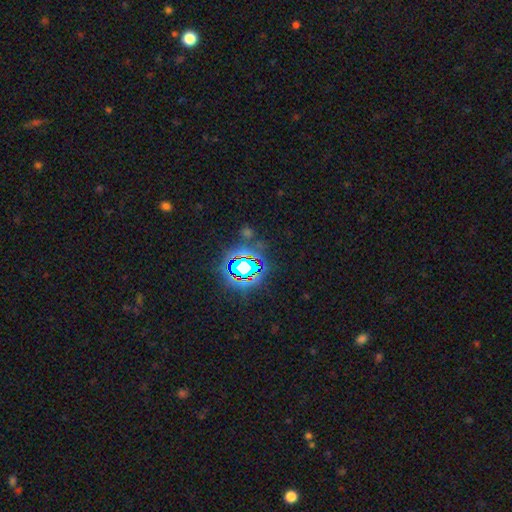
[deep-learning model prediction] This is clearly a star or artifact rather than a galaxy (81%).